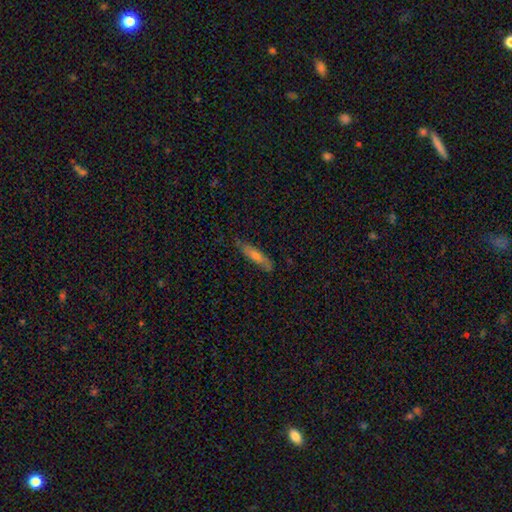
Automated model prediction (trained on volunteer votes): A smooth galaxy with no disk features (55%) that is cigar-shaped (81%).

Vote fractions:
- Smooth or featured? smooth: 55% / featured or disk: 38% / star or artifact: 7%
- How rounded? cigar-shaped: 81% / in between: 18% / round: 2%
- Merging? none: 80% / minor disturbance: 16% / major disturbance: 3% / merger: 1%